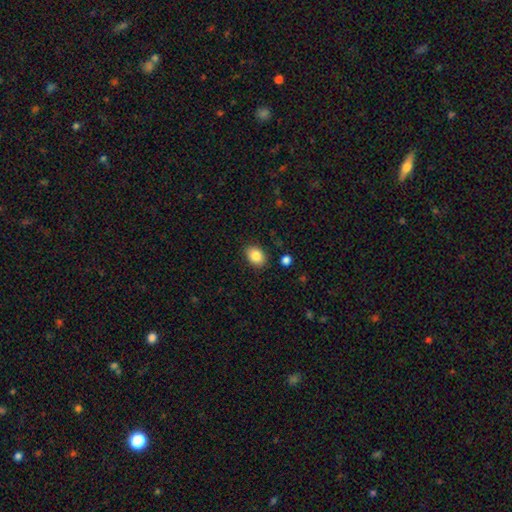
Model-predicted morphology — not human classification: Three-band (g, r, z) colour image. It shows a smooth galaxy with no disk features (86%) that is in between round and cigar-shaped (72%). Merging: none (87%).